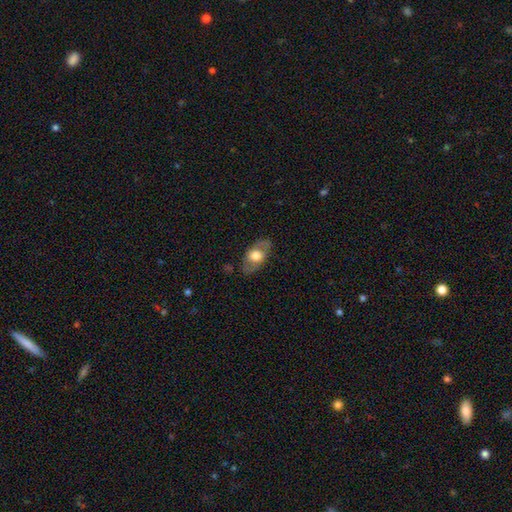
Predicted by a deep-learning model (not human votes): The model was most divided on "smooth or featured" (2-way tie): featured or disk: 47%, smooth: 47%, star or artifact: 6%. More confident: merging — none (78%).